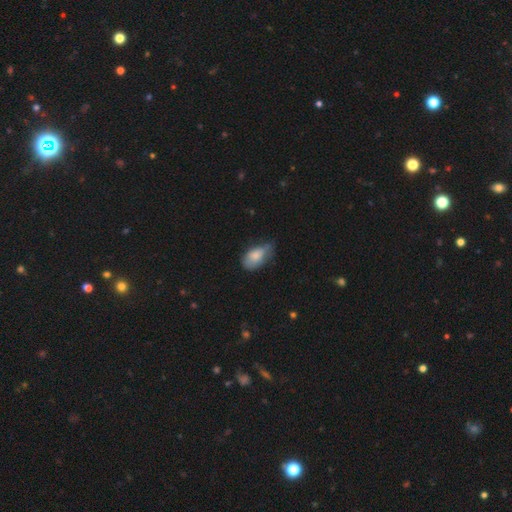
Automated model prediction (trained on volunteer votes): smooth 77%, featured or disk 15%, star or artifact 7%. Down the decision tree: how rounded — in between (92%); merging — minor disturbance (46%).